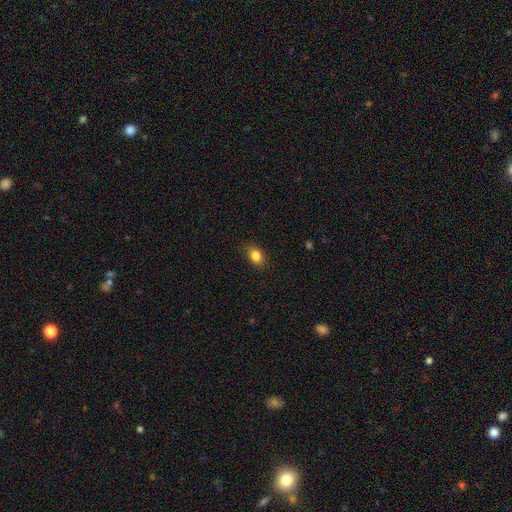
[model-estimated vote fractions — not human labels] smooth 85%, star or artifact 10%, featured or disk 6%. Down the decision tree: how rounded — in between (69%); merging — none (84%).